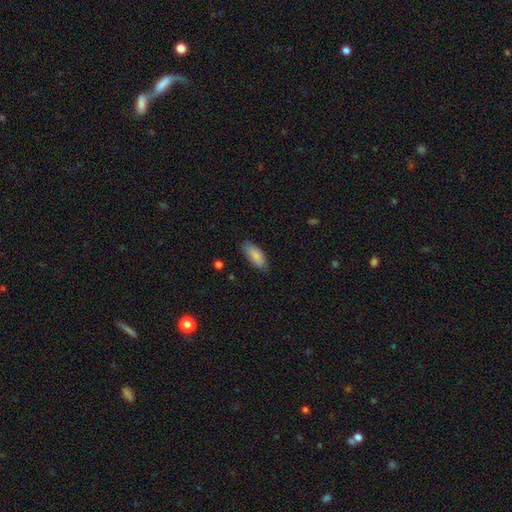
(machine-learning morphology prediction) A smooth galaxy with no disk features (86%) that is in between round and cigar-shaped (82%). Merging: none (79%).